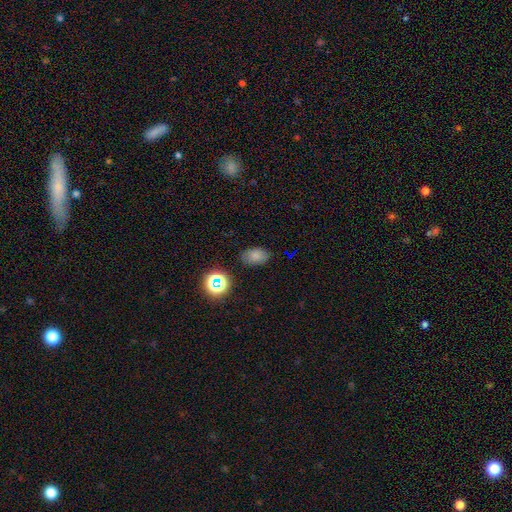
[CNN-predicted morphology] A smooth galaxy with no disk features (76%) that is in between round and cigar-shaped (84%).

Vote fractions:
- Smooth or featured? smooth: 76% / star or artifact: 16% / featured or disk: 8%
- How rounded? in between: 84% / round: 15% / cigar-shaped: 1%
- Merging? none: 80% / minor disturbance: 14% / major disturbance: 4% / merger: 2%